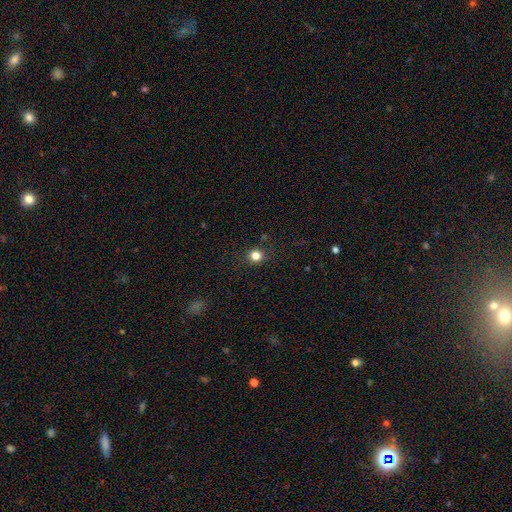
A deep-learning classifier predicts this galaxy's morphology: This appears to be a smooth galaxy with no disk features (81%) that is round (87%). Merging: none (87%).